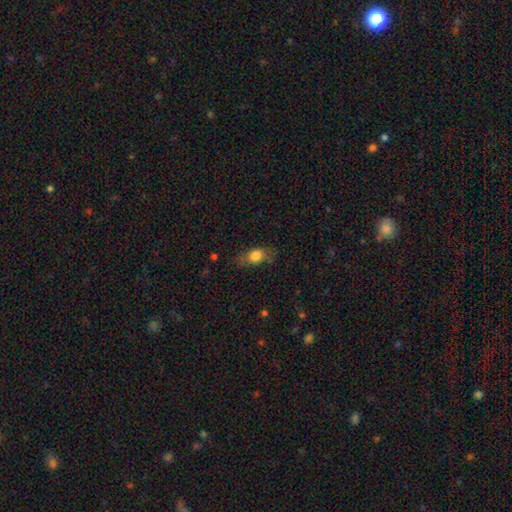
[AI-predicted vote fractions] A smooth galaxy with no disk features (74%) that is in between round and cigar-shaped (75%).

Vote fractions:
- Smooth or featured? smooth: 74% / featured or disk: 17% / star or artifact: 8%
- How rounded? in between: 75% / round: 15% / cigar-shaped: 11%
- Merging? none: 72% / minor disturbance: 19% / major disturbance: 7% / merger: 2%